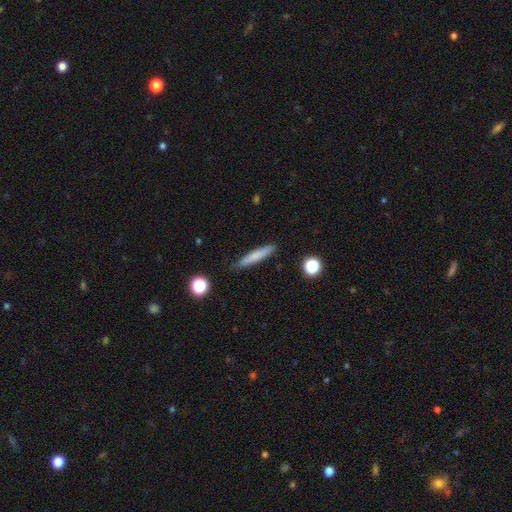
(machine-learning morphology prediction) A smooth galaxy with no disk features (73%) that is cigar-shaped (92%). Merging: none (87%).